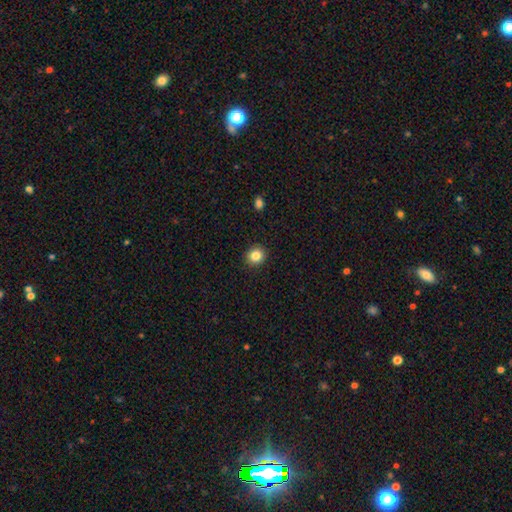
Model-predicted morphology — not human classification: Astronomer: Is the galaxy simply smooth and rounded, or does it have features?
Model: smooth — 84%.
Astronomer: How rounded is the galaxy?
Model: round — 85%.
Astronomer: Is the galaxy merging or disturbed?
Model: none — 92%.